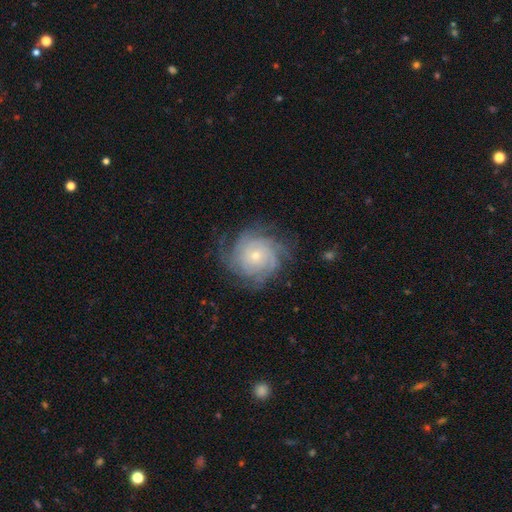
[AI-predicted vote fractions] Overall: featured or disk (82%). Edge-on disk: no (98%). Bar: no (82%). Spiral arms: yes (96%). Spiral arm count: can't tell (28%; 4 26%). Spiral winding: tight (73%). Bulge size: small (72%). Merging: none (75%).